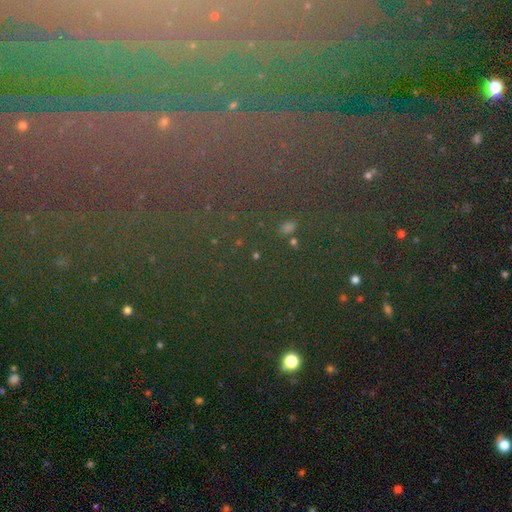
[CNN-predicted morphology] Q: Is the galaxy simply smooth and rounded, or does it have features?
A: star or artifact — 73%.